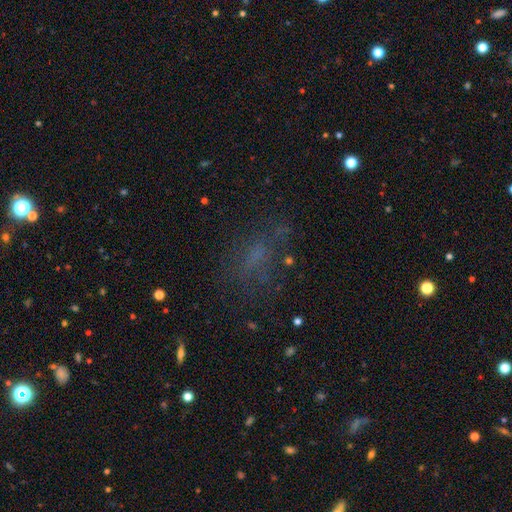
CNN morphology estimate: A smooth galaxy with no disk features (48%). Merging: none (58%).